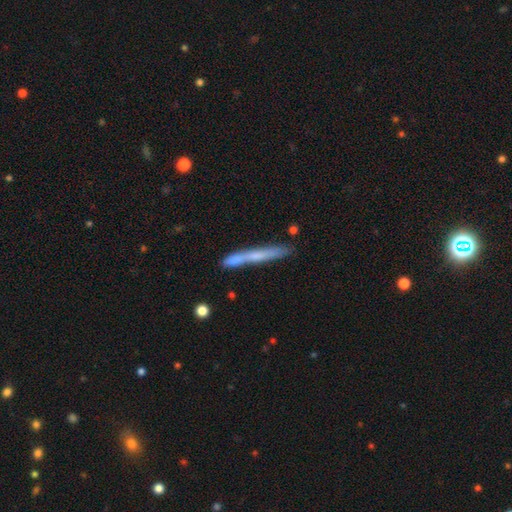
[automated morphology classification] A smooth galaxy with no disk features (53%) that is cigar-shaped (96%).

Vote fractions:
- Smooth or featured? smooth: 53% / featured or disk: 40% / star or artifact: 6%
- How rounded? cigar-shaped: 96% / in between: 2% / round: 1%
- Merging? none: 75% / minor disturbance: 15% / merger: 6% / major disturbance: 3%